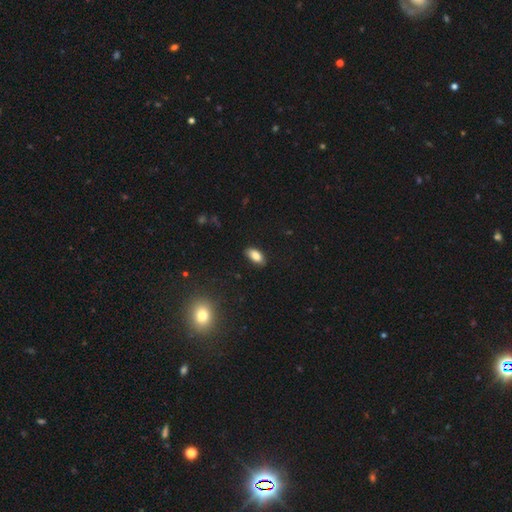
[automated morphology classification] Smooth or featured? smooth (85%)
How rounded? in between (91%)
Merging? none (85%)